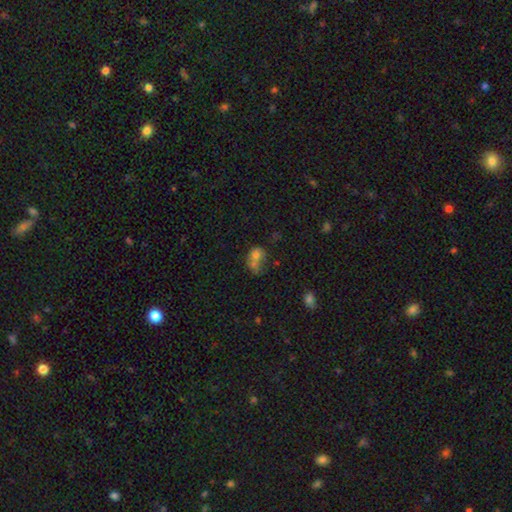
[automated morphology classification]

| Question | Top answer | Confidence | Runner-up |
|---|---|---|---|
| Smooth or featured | smooth | 67% | featured or disk (20%) |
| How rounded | round | 57% | in between (42%) |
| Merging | merger | 61% | none (21%) |